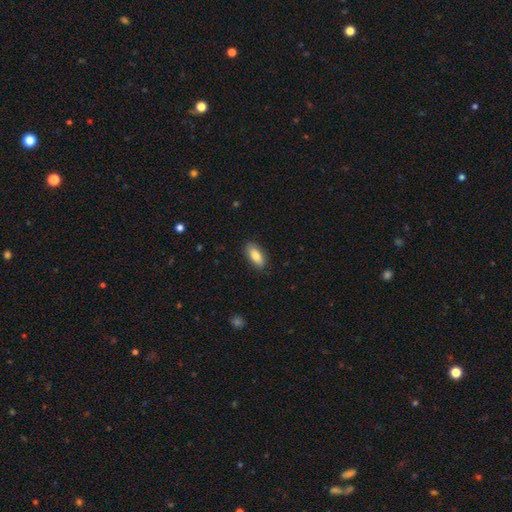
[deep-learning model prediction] A smooth galaxy with no disk features (82%) that is in between round and cigar-shaped (84%).

Vote fractions:
- Smooth or featured? smooth: 82% / featured or disk: 11% / star or artifact: 7%
- How rounded? in between: 84% / cigar-shaped: 13% / round: 3%
- Merging? none: 87% / minor disturbance: 10% / major disturbance: 2% / merger: 1%